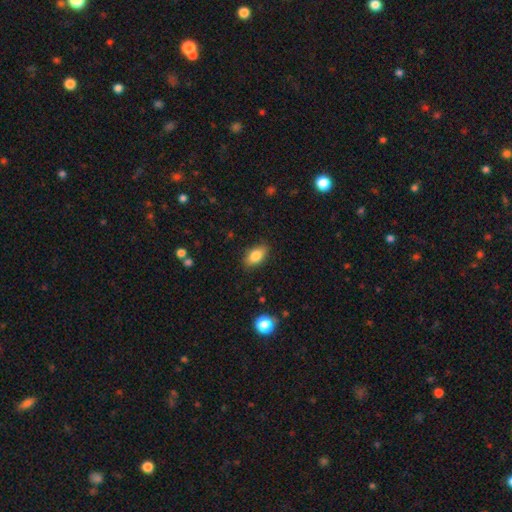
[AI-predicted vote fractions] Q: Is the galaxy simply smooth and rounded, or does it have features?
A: smooth — 82%.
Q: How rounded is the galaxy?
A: in between — 86%.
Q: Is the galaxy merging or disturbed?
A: none — 85%.